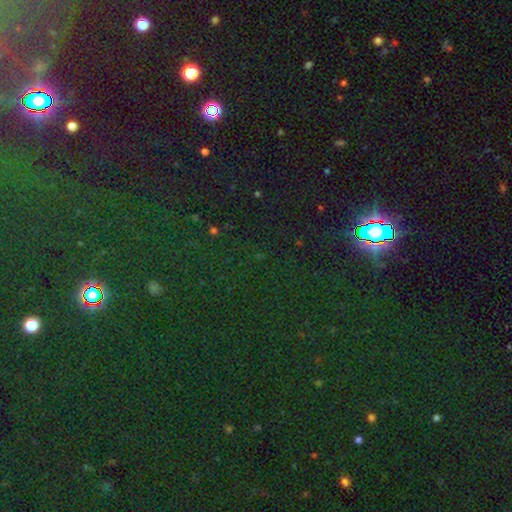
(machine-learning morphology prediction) This is clearly a star or artifact rather than a galaxy (82%).